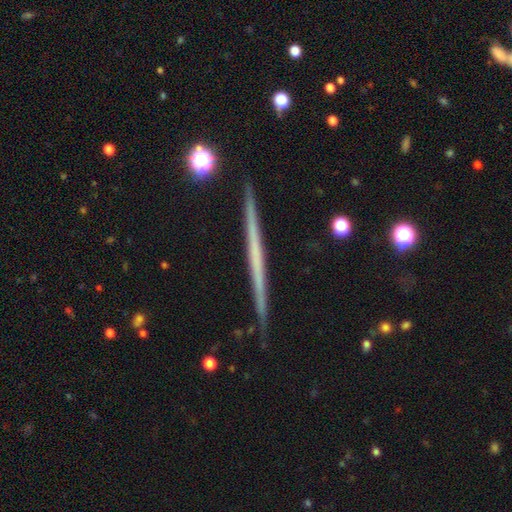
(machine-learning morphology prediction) Smooth or featured? Predicted: featured or disk (p=0.64). Edge-on disk? Predicted: yes (p=0.98). Edge-on bulge? Predicted: none (p=0.91). Merging? Predicted: none (p=0.91).